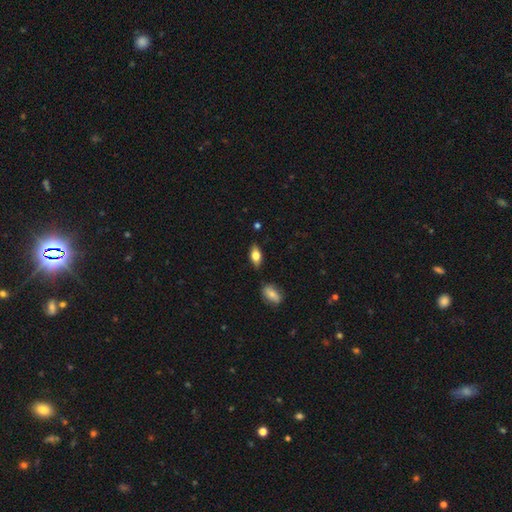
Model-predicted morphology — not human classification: Smooth or featured? smooth (68%)
How rounded? in between (84%)
Merging? none (82%)